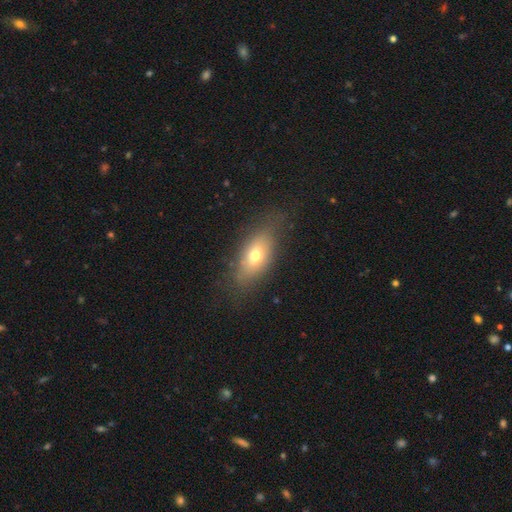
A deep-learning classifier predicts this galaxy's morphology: This appears to be a smooth galaxy with no disk features (67%) that is in between round and cigar-shaped (80%). Merging: none (72%).